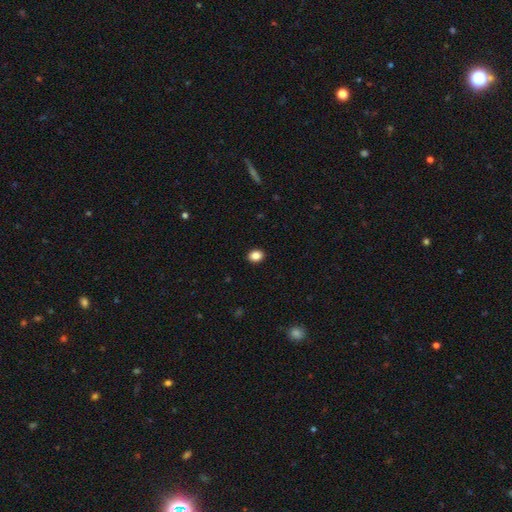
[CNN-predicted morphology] Overall: smooth (87%). How rounded: in between (52%; round 47%). Merging: none (92%).